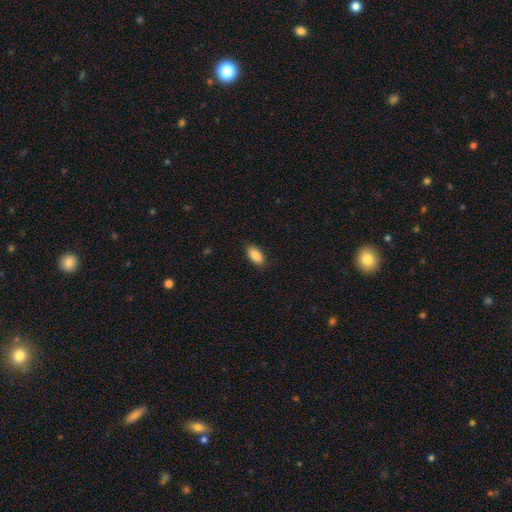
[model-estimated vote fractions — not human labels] smooth-or-featured: smooth: 88% | star or artifact: 7% | featured or disk: 5%
  how-rounded: in between: 92% | cigar-shaped: 5% | round: 3%
  merging: none: 87% | minor disturbance: 10% | major disturbance: 2% | merger: 1%